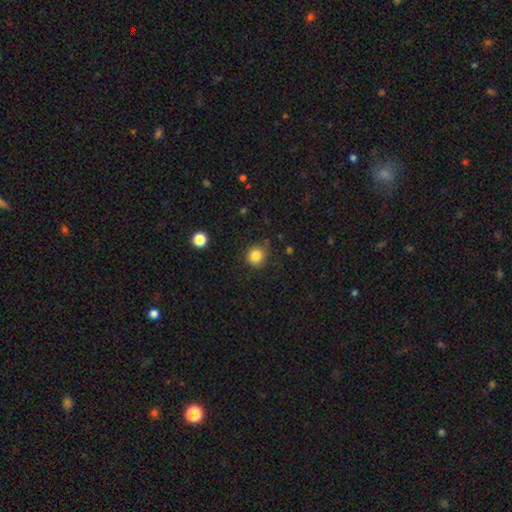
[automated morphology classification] A smooth galaxy with no disk features (84%) that is round (90%).

Vote fractions:
- Smooth or featured? smooth: 84% / star or artifact: 11% / featured or disk: 5%
- How rounded? round: 90% / in between: 9% / cigar-shaped: 1%
- Merging? none: 83% / minor disturbance: 12% / major disturbance: 3% / merger: 2%